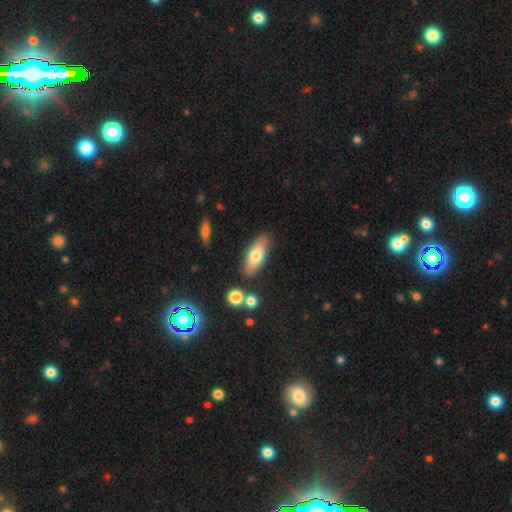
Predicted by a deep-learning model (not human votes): Smooth or featured?
  - smooth: 68% *
  - featured or disk: 26%
  - star or artifact: 7%
How rounded?
  - in between: 67% *
  - cigar-shaped: 30%
  - round: 3%
Merging?
  - none: 82% *
  - minor disturbance: 11%
  - merger: 4%
  - major disturbance: 3%